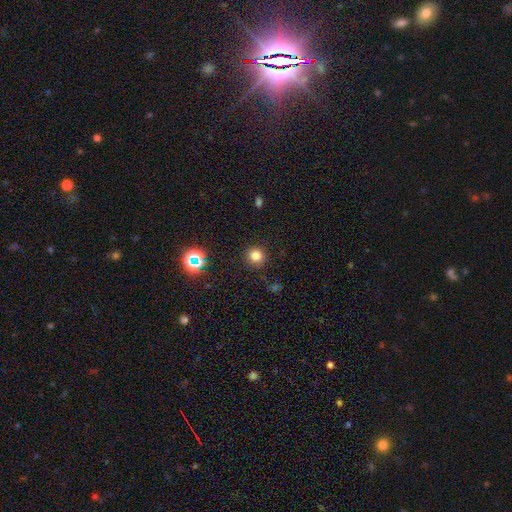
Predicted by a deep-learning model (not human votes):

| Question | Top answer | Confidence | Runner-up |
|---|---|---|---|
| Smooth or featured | smooth | 78% | star or artifact (17%) |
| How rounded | round | 94% | in between (5%) |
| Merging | none | 91% | minor disturbance (6%) |